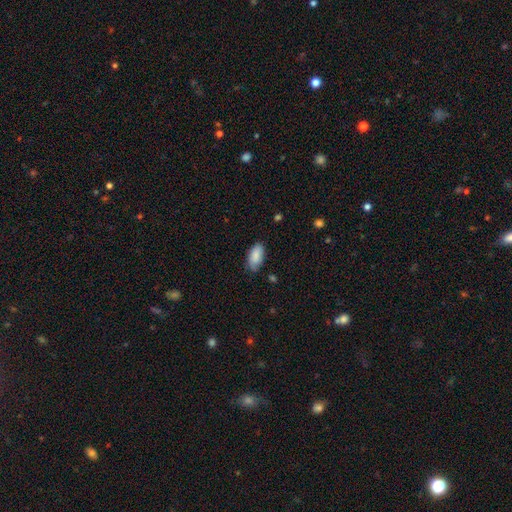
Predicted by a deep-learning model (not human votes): Overall: smooth (86%). How rounded: in between (93%). Merging: none (71%).